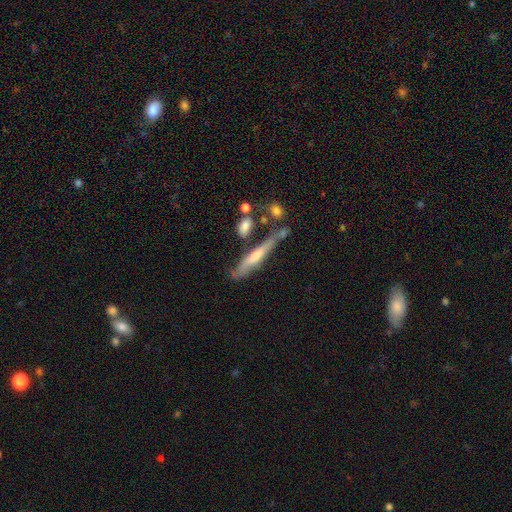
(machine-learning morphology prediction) featured or disk 67%, smooth 24%, star or artifact 9%. Down the decision tree: edge-on disk — yes (93%); edge-on bulge — rounded (71%); merging — none (68%).